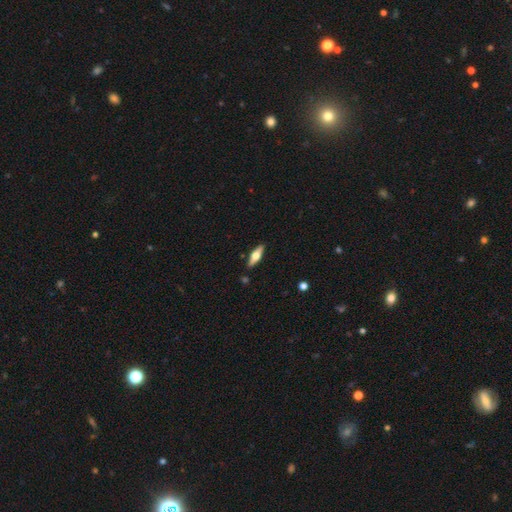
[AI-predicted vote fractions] smooth_or_featured: featured or disk (p=0.54) [alt: smooth p=0.40]
disk_edge_on: yes (p=0.92) [alt: no p=0.08]
edge_on_bulge: rounded (p=0.95) [alt: boxy p=0.04]
merging: none (p=0.89) [alt: minor disturbance p=0.08]